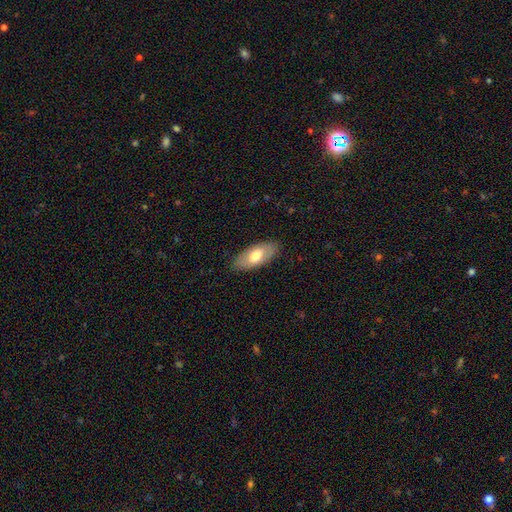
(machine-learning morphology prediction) A smooth galaxy with no disk features (68%) that is in between round and cigar-shaped (89%).

Vote fractions:
- Smooth or featured? smooth: 68% / featured or disk: 27% / star or artifact: 6%
- How rounded? in between: 89% / cigar-shaped: 9% / round: 2%
- Merging? none: 85% / minor disturbance: 11% / major disturbance: 3% / merger: 1%